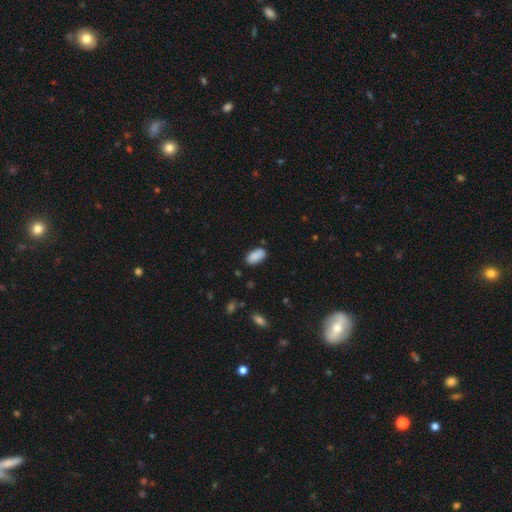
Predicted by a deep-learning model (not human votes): Overall: smooth (87%). How rounded: in between (94%). Merging: none (82%).